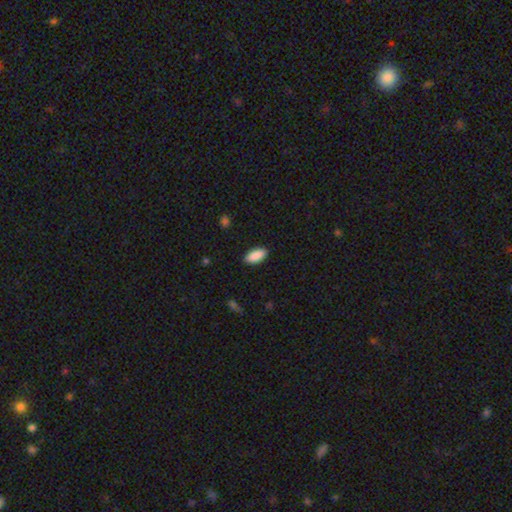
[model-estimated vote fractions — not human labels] This appears to be a smooth galaxy with no disk features (90%) that is in between round and cigar-shaped (88%). Merging: none (89%).